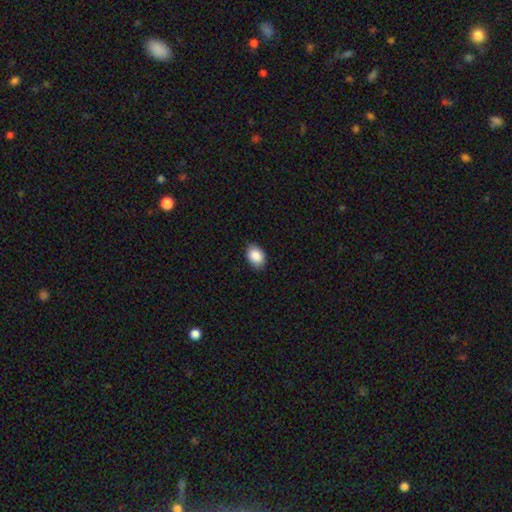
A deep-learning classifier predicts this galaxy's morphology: Smooth or featured? Predicted: smooth (p=0.89). How rounded? Predicted: in between (p=0.80). Merging? Predicted: none (p=0.85).